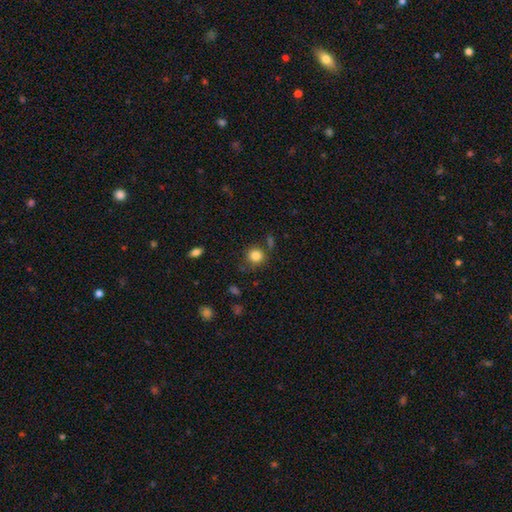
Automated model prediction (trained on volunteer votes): A smooth galaxy with no disk features (84%) that is round (89%).

Vote fractions:
- Smooth or featured? smooth: 84% / star or artifact: 10% / featured or disk: 6%
- How rounded? round: 89% / in between: 10% / cigar-shaped: 1%
- Merging? none: 77% / minor disturbance: 13% / merger: 6% / major disturbance: 4%